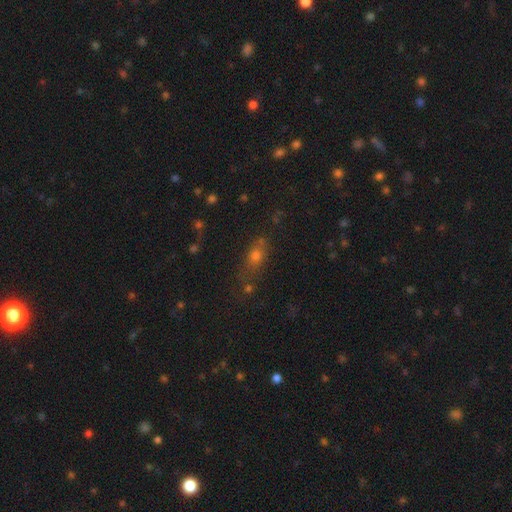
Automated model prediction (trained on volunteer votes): A smooth galaxy with no disk features (62%) that is in between round and cigar-shaped (58%).

Vote fractions:
- Smooth or featured? smooth: 62% / star or artifact: 22% / featured or disk: 15%
- How rounded? in between: 58% / round: 24% / cigar-shaped: 18%
- Merging? none: 63% / minor disturbance: 18% / merger: 10% / major disturbance: 9%